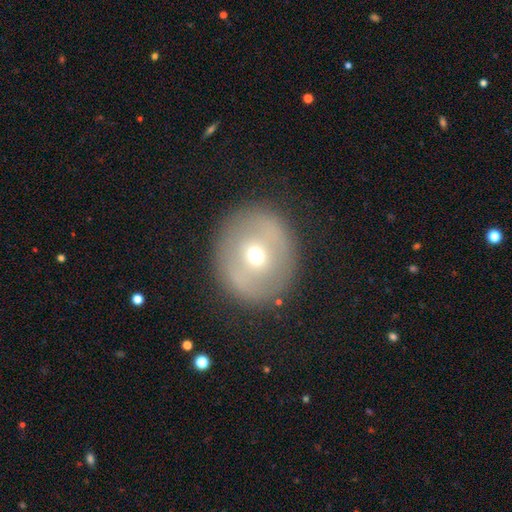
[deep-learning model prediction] Overall: smooth (49%; featured or disk 40%). Merging: none (85%).